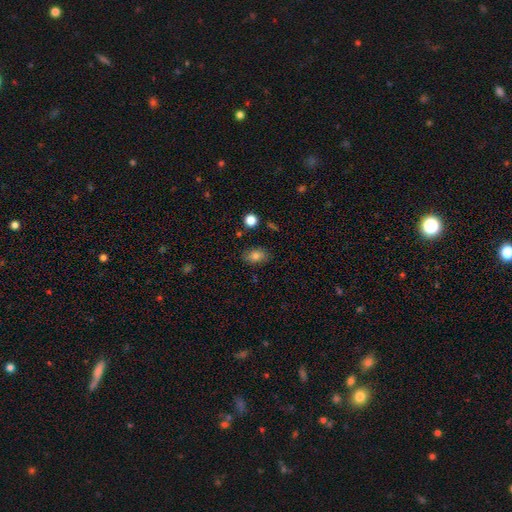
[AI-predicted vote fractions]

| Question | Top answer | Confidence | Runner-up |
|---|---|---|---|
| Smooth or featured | smooth | 81% | star or artifact (10%) |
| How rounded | in between | 80% | round (18%) |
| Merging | none | 81% | minor disturbance (13%) |